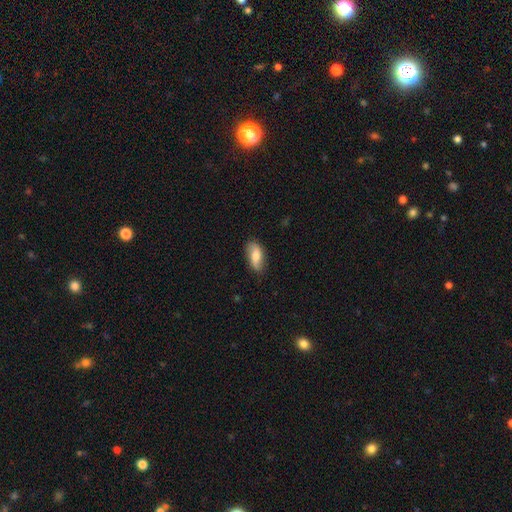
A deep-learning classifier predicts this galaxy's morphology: smooth-or-featured: smooth: 55% | featured or disk: 38% | star or artifact: 7%
  how-rounded: in between: 85% | cigar-shaped: 11% | round: 4%
  merging: none: 78% | minor disturbance: 17% | major disturbance: 4% | merger: 1%